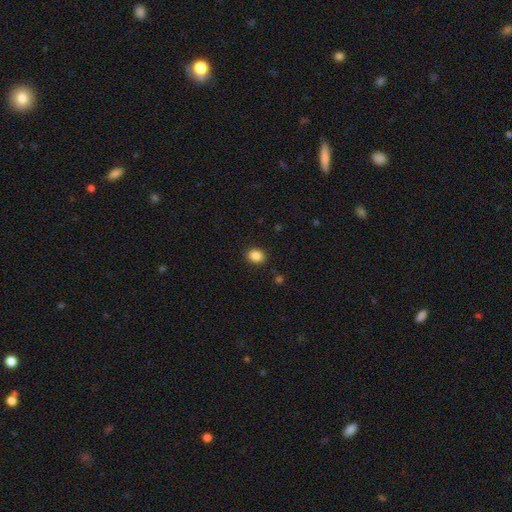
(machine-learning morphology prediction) This appears to be a smooth galaxy with no disk features (87%) that is round (54%). Merging: none (90%).